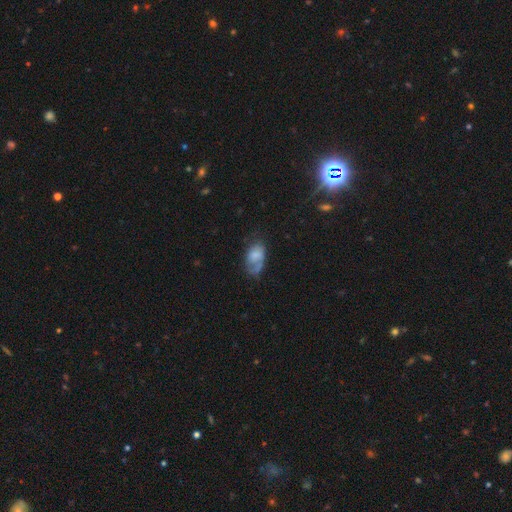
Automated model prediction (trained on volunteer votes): Q: Smooth or featured?
A: smooth (59%); runner-up: featured or disk (33%)
Q: How rounded?
A: in between (90%); runner-up: round (8%)
Q: Merging?
A: none (40%); runner-up: minor disturbance (30%)